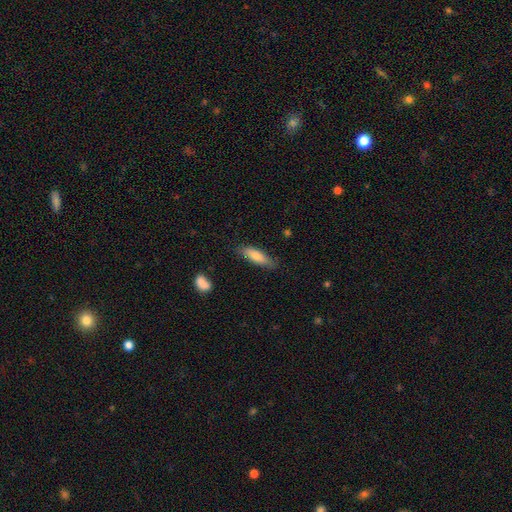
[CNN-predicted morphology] Overall: smooth (74%). How rounded: cigar-shaped (63%; in between 35%). Merging: none (80%).